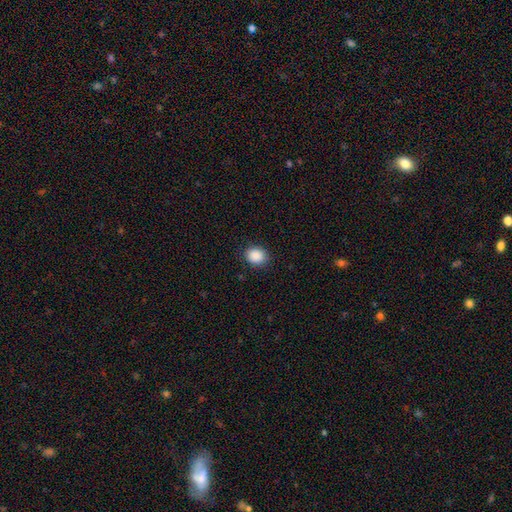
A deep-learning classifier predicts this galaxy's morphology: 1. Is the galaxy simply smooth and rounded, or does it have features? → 89% smooth, 8% star or artifact, 3% featured or disk.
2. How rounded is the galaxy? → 68% round, 31% in between, 1% cigar-shaped.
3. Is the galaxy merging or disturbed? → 88% none, 8% minor disturbance, 2% major disturbance, 1% merger.